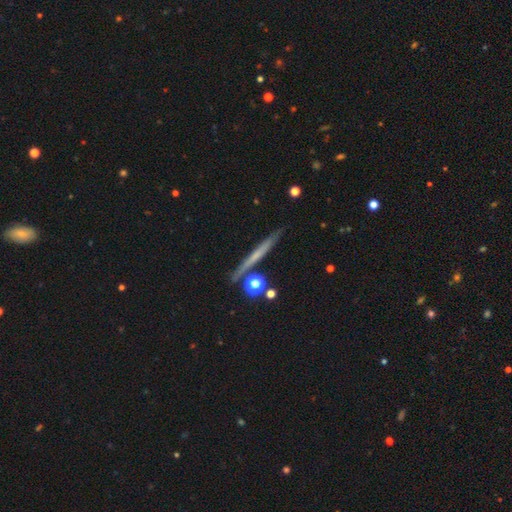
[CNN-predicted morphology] A featured or disk galaxy (51%) viewed edge-on (95%).

Vote fractions:
- Smooth or featured? featured or disk: 51% / smooth: 40% / star or artifact: 9%
- Edge-on disk? yes: 95% / no: 5%
- Merging? none: 86% / minor disturbance: 9% / merger: 4% / major disturbance: 2%